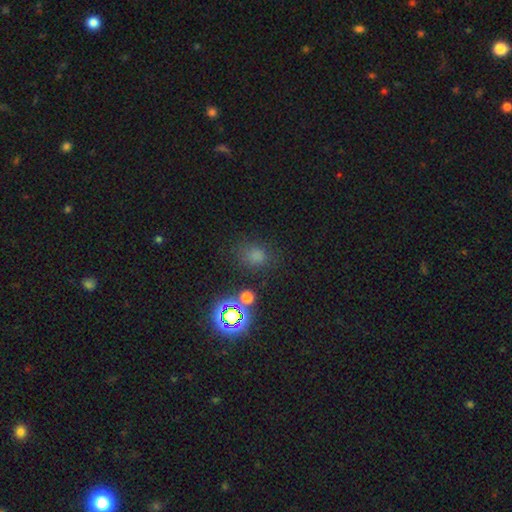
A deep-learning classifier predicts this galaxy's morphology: Smooth or featured?
  - smooth: 61% *
  - star or artifact: 33%
  - featured or disk: 7%
How rounded?
  - round: 65% *
  - in between: 33%
  - cigar-shaped: 1%
Merging?
  - none: 78% *
  - minor disturbance: 13%
  - major disturbance: 5%
  - merger: 5%